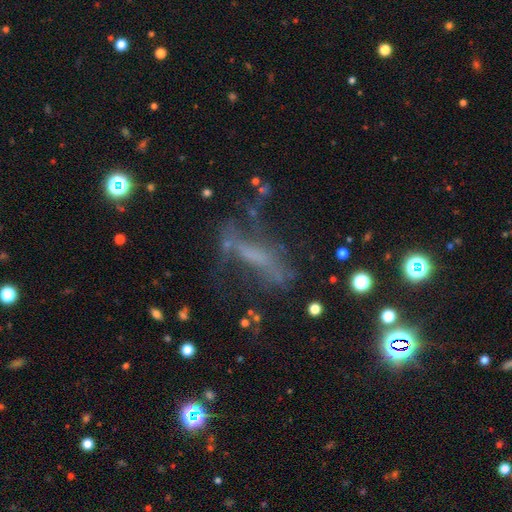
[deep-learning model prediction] This appears to be a featured or disk galaxy (46%). Merging: none (44%).